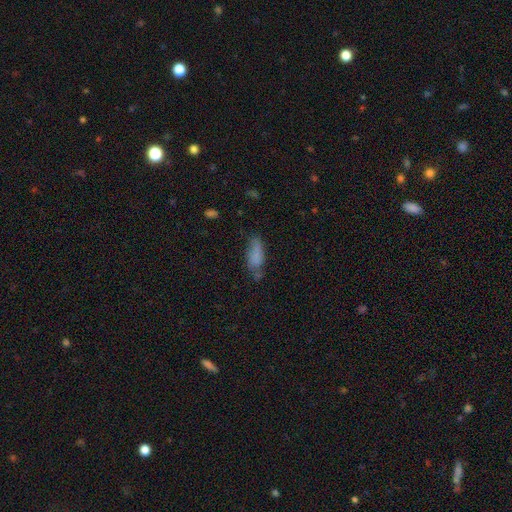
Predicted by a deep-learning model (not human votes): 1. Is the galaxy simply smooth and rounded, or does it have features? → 77% smooth, 14% featured or disk, 9% star or artifact.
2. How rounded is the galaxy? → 69% in between, 28% cigar-shaped, 2% round.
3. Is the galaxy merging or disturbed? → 50% none, 31% minor disturbance, 11% major disturbance, 8% merger.